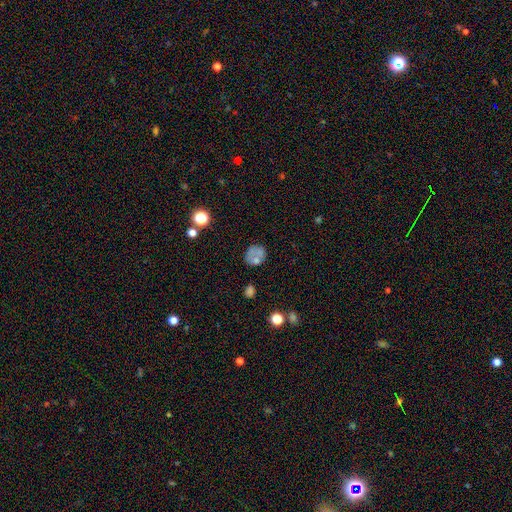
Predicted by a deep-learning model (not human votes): A smooth galaxy with no disk features (60%) that is round (67%). Merging: none (46%).